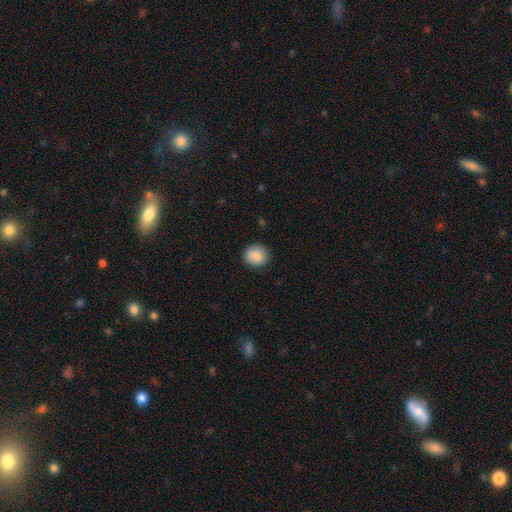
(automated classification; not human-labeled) This appears to be a smooth galaxy with no disk features (88%) that is round (84%). Merging: none (90%).